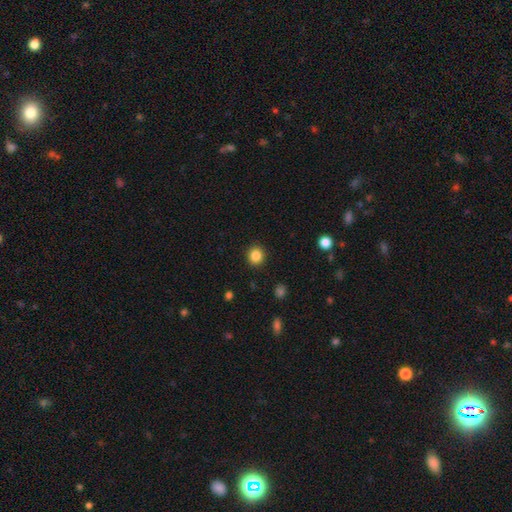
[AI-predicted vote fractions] Smooth or featured?
  - smooth: 85% *
  - star or artifact: 11%
  - featured or disk: 4%
How rounded?
  - round: 89% *
  - in between: 10%
  - cigar-shaped: 1%
Merging?
  - none: 92% *
  - minor disturbance: 5%
  - major disturbance: 2%
  - merger: 1%